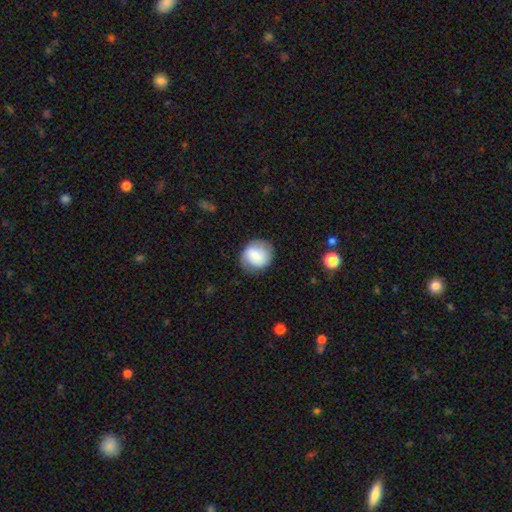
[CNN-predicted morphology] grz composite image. It shows a smooth galaxy with no disk features (75%) that is round (82%). Merging: none (75%).